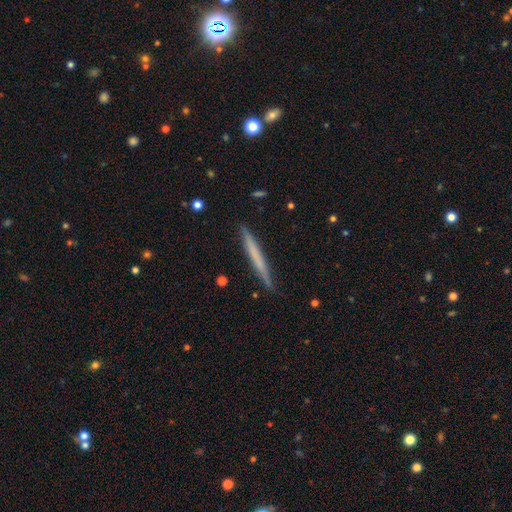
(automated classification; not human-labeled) Smooth or featured: smooth — 56% (featured or disk — 39%)
How rounded: cigar-shaped — 97% (in between — 2%)
Merging: none — 88% (minor disturbance — 9%)